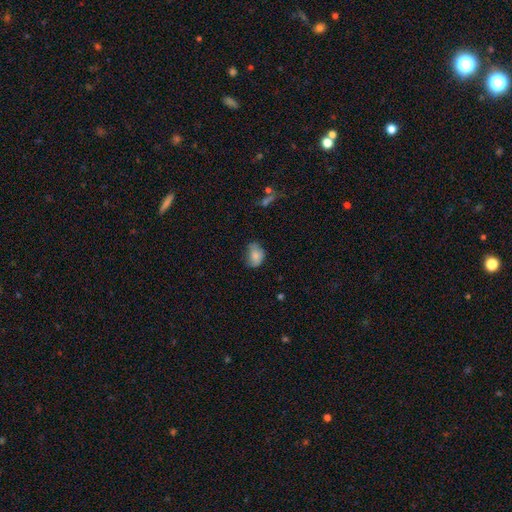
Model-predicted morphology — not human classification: A smooth galaxy with no disk features (78%) that is in between round and cigar-shaped (75%).

Vote fractions:
- Smooth or featured? smooth: 78% / featured or disk: 14% / star or artifact: 9%
- How rounded? in between: 75% / round: 23% / cigar-shaped: 1%
- Merging? none: 49% / minor disturbance: 37% / major disturbance: 12% / merger: 2%